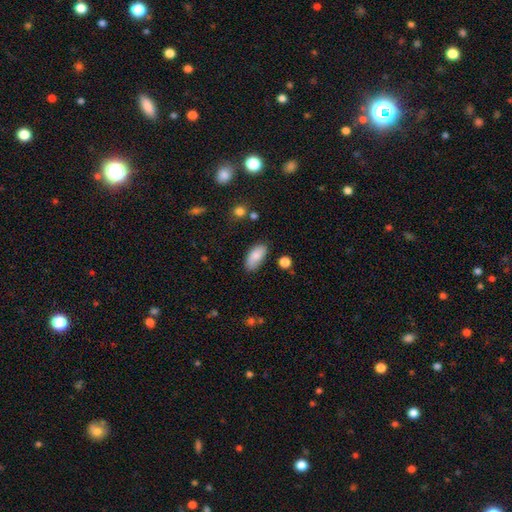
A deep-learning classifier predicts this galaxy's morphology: Smooth or featured? Predicted: smooth (p=0.81). How rounded? Predicted: in between (p=0.91). Merging? Predicted: none (p=0.68).